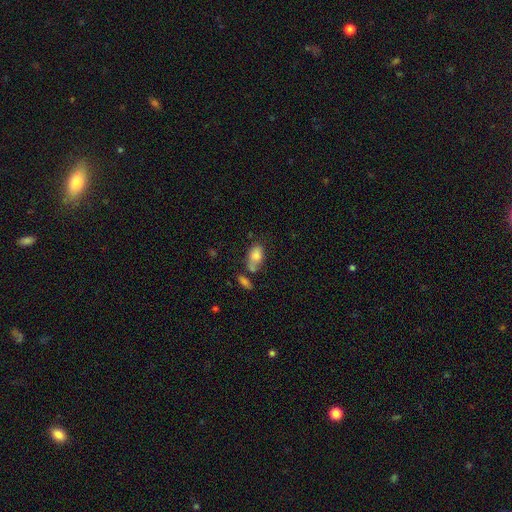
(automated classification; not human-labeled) Smooth or featured?
  - smooth: 78% *
  - featured or disk: 12%
  - star or artifact: 10%
How rounded?
  - in between: 87% *
  - round: 10%
  - cigar-shaped: 3%
Merging?
  - none: 45% *
  - merger: 29%
  - minor disturbance: 18%
  - major disturbance: 8%